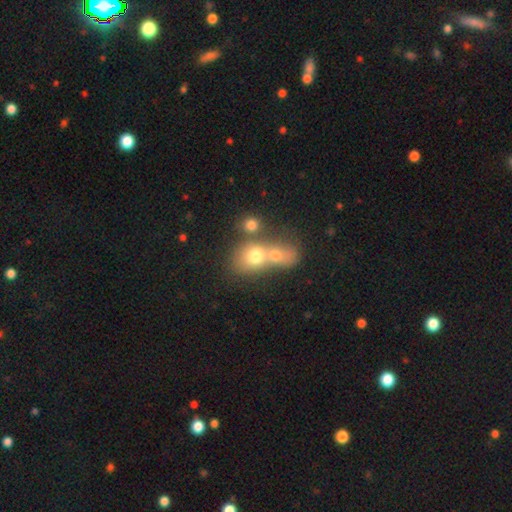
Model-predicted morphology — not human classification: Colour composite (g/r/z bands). It shows a smooth galaxy with no disk features (69%) that is round (57%). Merging: merger (68%).